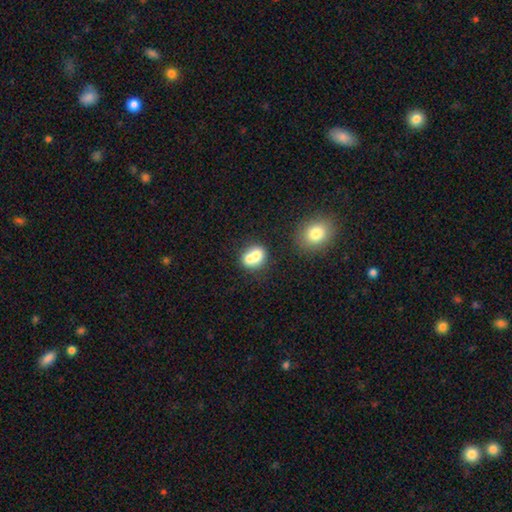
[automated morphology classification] smooth 71%, featured or disk 19%, star or artifact 9%. Down the decision tree: how rounded — round (62%); merging — merger (57%).